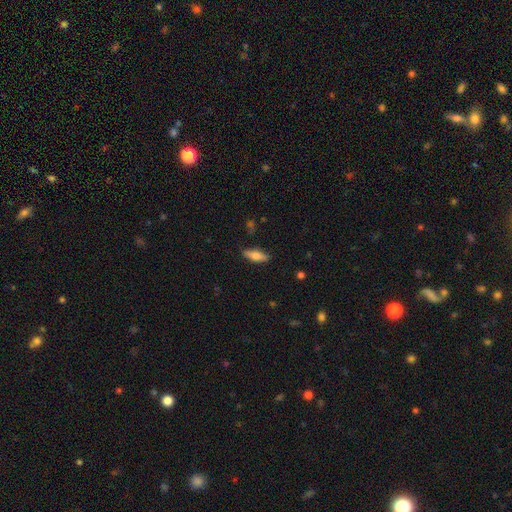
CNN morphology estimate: Smooth or featured?
  - smooth: 67% *
  - featured or disk: 26%
  - star or artifact: 7%
How rounded?
  - in between: 61% *
  - cigar-shaped: 37%
  - round: 2%
Merging?
  - none: 82% *
  - minor disturbance: 14%
  - major disturbance: 3%
  - merger: 1%